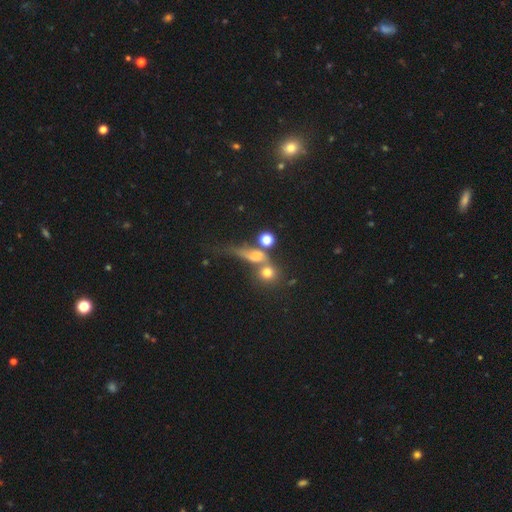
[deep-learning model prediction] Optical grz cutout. It shows a smooth galaxy with no disk features (57%) that is round (48%). Merging: merger (34%).